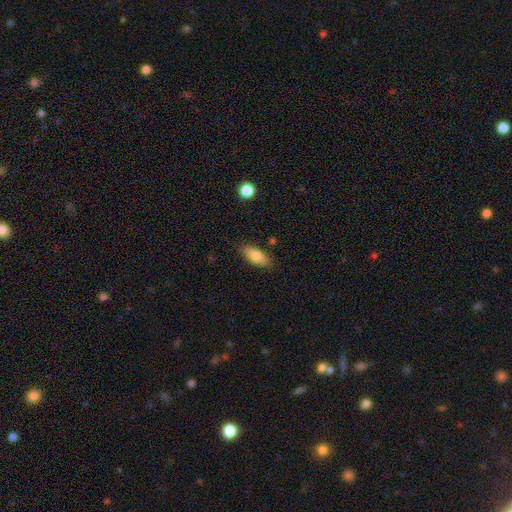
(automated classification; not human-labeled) A smooth galaxy with no disk features (81%) that is in between round and cigar-shaped (81%). Merging: none (83%).